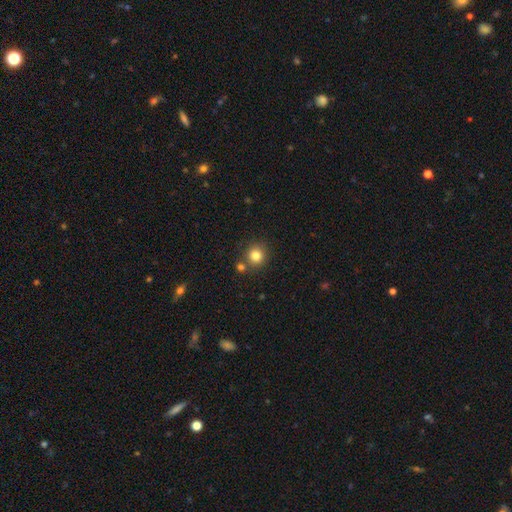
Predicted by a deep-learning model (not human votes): Smooth or featured? Predicted: smooth (p=0.82). How rounded? Predicted: round (p=0.90). Merging? Predicted: none (p=0.75).